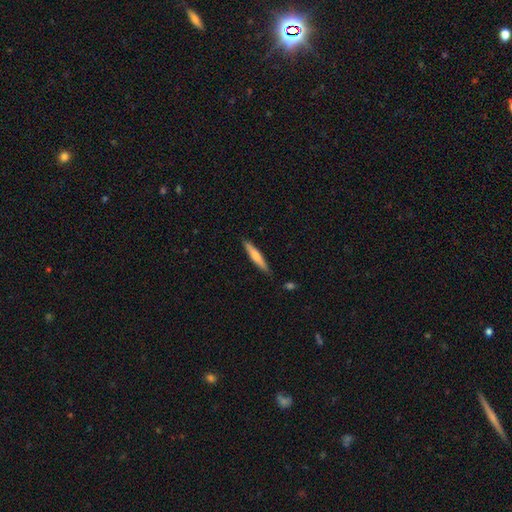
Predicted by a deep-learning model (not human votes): Morphology: type=smooth (65%); roundness=cigar-shaped (92%); merging=none (87%).